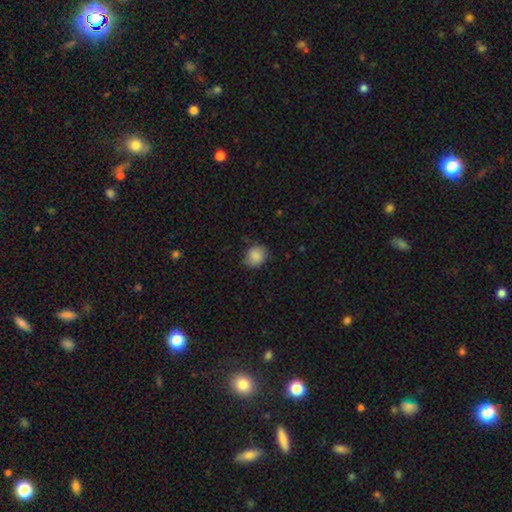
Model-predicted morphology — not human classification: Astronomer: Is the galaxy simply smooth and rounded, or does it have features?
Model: smooth — 84%.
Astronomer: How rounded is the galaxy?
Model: round — 65%.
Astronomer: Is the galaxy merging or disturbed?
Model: none — 73%.